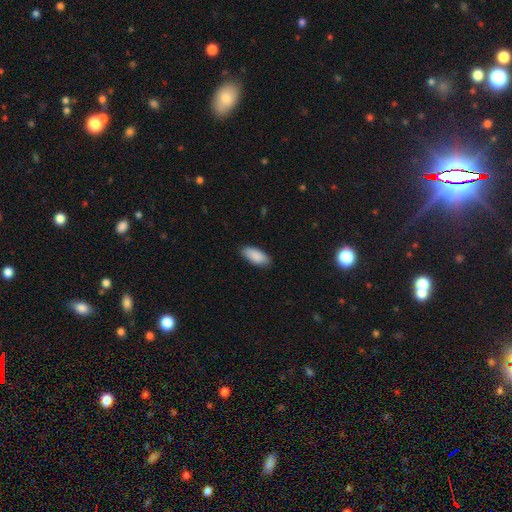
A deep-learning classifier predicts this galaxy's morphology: A smooth galaxy with no disk features (90%) that is in between round and cigar-shaped (89%). Merging: none (87%).